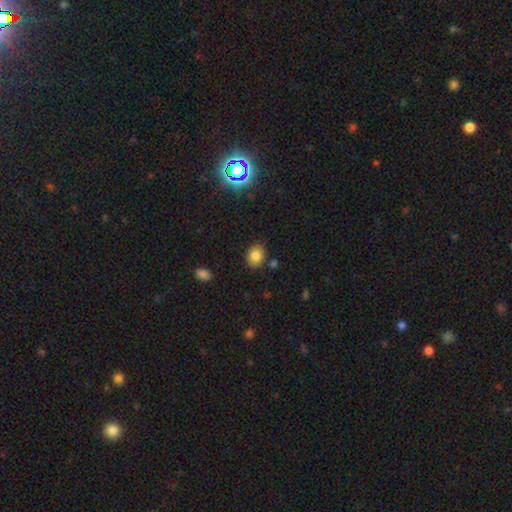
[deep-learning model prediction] smooth 82%, star or artifact 11%, featured or disk 7%. Down the decision tree: how rounded — in between (52%); merging — none (82%).